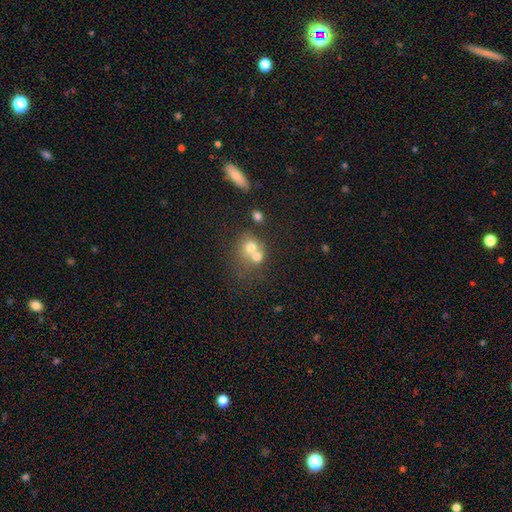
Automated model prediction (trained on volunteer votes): Smooth or featured? Predicted: smooth (p=0.55). How rounded? Predicted: round (p=0.72). Merging? Predicted: merger (p=0.52).